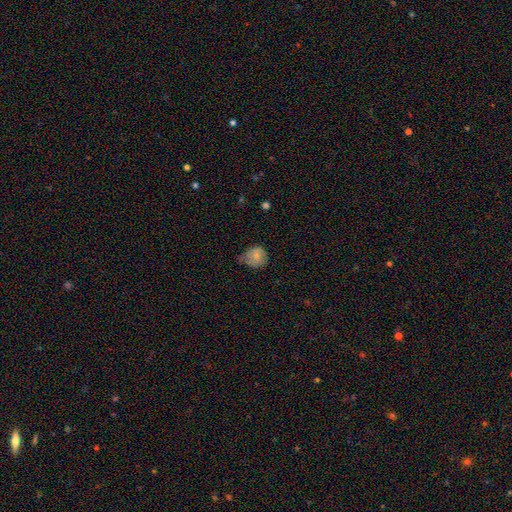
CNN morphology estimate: type=smooth (69%); roundness=round (65%); merging=minor disturbance (42%).